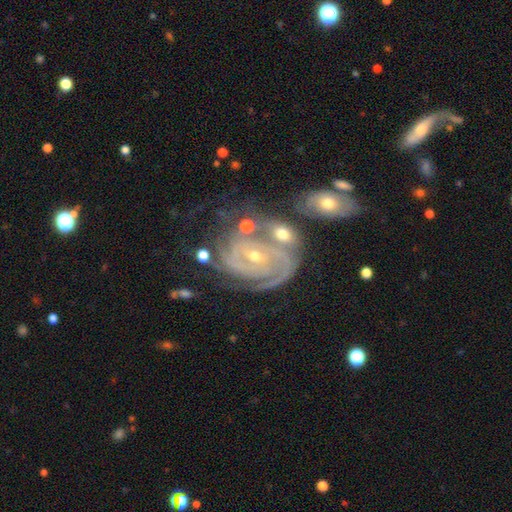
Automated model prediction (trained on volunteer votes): The model was most divided on "spiral arm count": 3: 32%, 2: 24%, can't tell: 20%, 4: 12%, more than 4: 6%, 1: 6%. More confident: spiral arms — yes (98%); edge-on disk — no (97%); smooth or featured — featured or disk (89%); spiral winding — tight (76%); bulge size — small (61%); merging — none (51%); bar — no (51%).